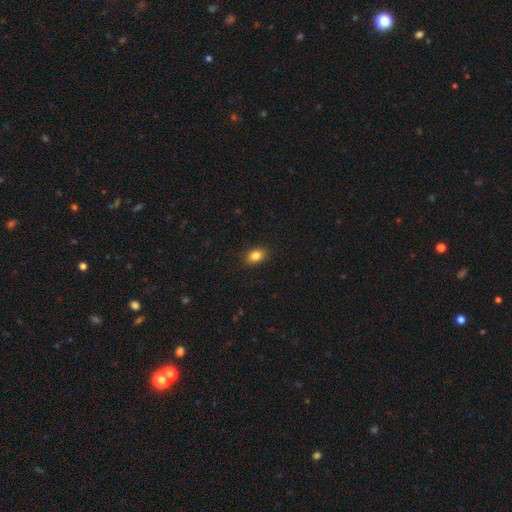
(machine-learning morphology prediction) type=smooth (85%); roundness=in between (75%); merging=none (88%).